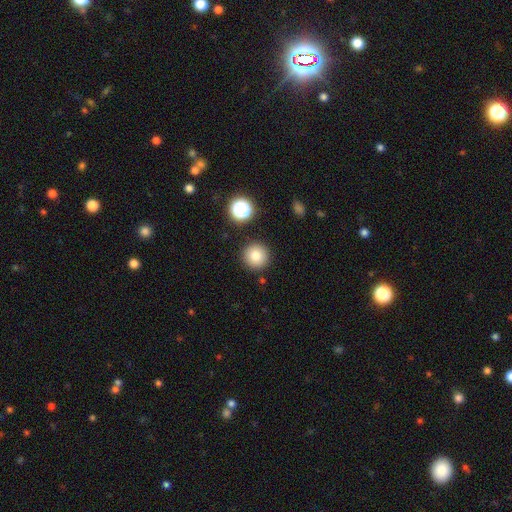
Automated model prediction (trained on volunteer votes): This is likely a smooth galaxy (80%). How rounded: clearly round (96%). Merging: clearly none (89%).